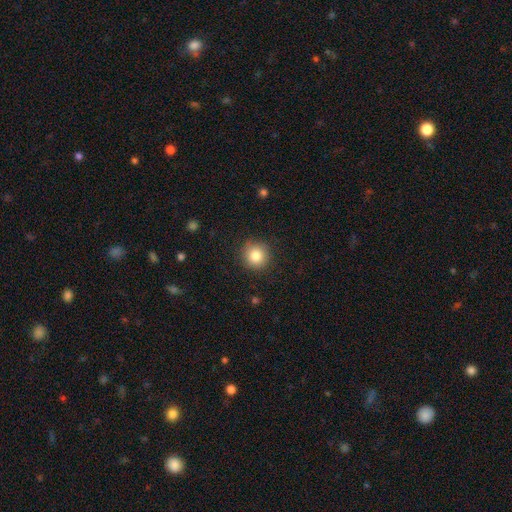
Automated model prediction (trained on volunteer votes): Morphology: type=smooth (84%); roundness=round (93%); merging=none (89%).